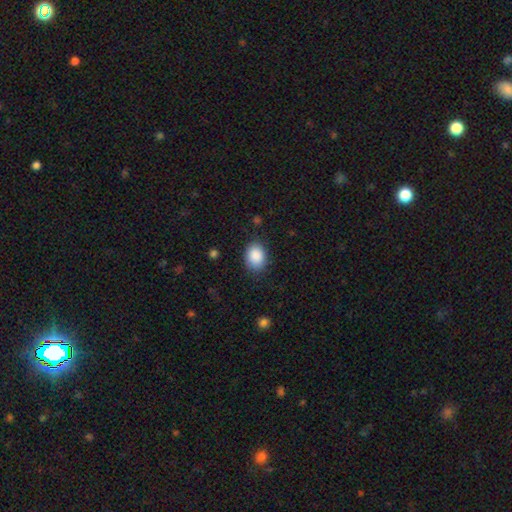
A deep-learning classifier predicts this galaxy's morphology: smooth 89%, star or artifact 7%, featured or disk 4%. Down the decision tree: how rounded — in between (68%); merging — none (82%).